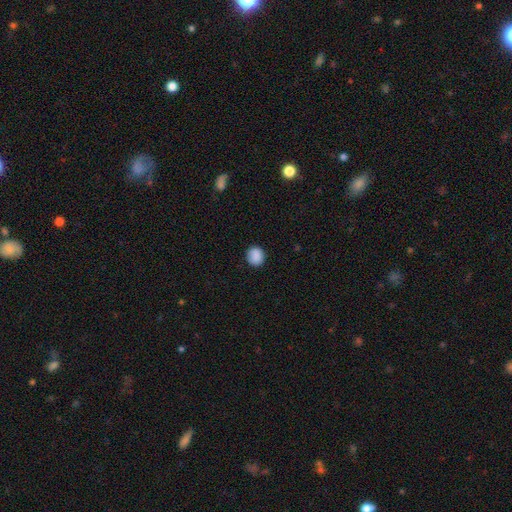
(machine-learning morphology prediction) This appears to be a smooth galaxy with no disk features (89%) that is round (85%). Merging: none (88%).